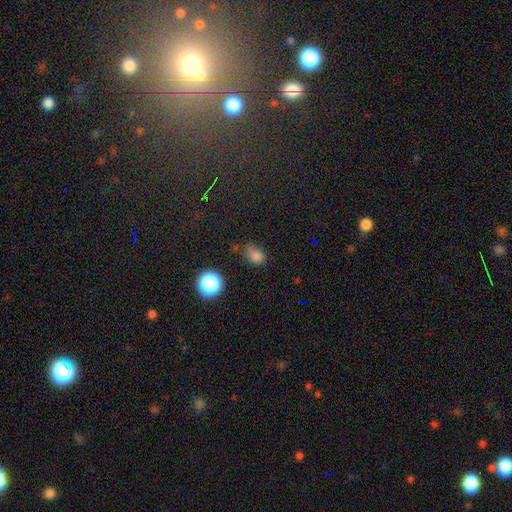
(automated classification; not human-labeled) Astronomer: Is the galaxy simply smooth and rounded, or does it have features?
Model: smooth — 77%.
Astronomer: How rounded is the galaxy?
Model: in between — 60% (runner-up: round, 39%).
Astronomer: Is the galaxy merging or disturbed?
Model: none — 60%.